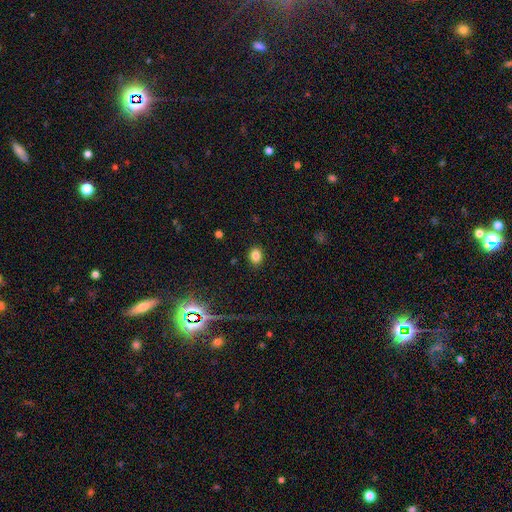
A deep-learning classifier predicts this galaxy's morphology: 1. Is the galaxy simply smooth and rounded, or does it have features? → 82% smooth, 13% star or artifact, 5% featured or disk.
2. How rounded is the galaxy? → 57% round, 42% in between, 1% cigar-shaped.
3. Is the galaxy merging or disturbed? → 89% none, 8% minor disturbance, 2% major disturbance, 1% merger.